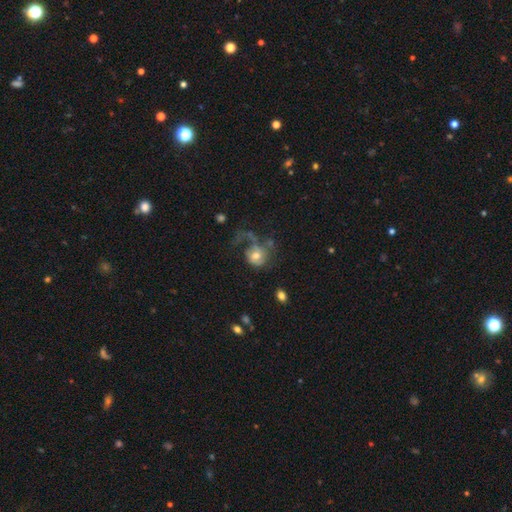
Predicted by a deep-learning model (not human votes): Overall: featured or disk (47%; smooth 44%). Merging: major disturbance (47%; none 29%).